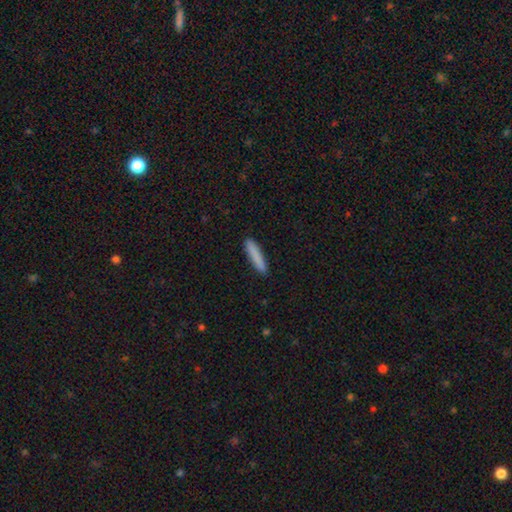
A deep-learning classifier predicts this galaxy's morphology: Smooth or featured?
  - smooth: 86% *
  - featured or disk: 8%
  - star or artifact: 6%
How rounded?
  - cigar-shaped: 90% *
  - in between: 8%
  - round: 1%
Merging?
  - none: 91% *
  - minor disturbance: 7%
  - major disturbance: 1%
  - merger: 1%